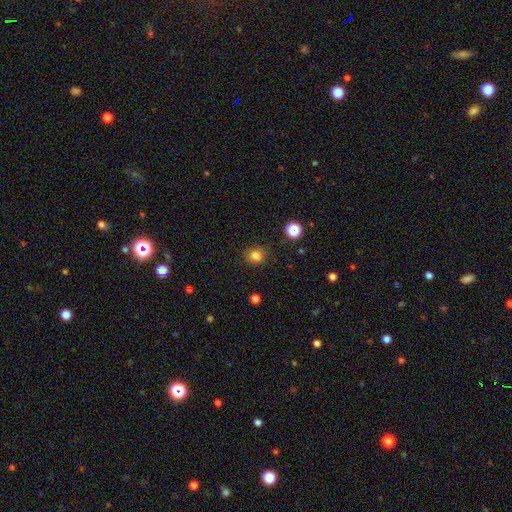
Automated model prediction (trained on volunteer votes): A smooth galaxy with no disk features (79%) that is round (71%). Merging: none (81%).